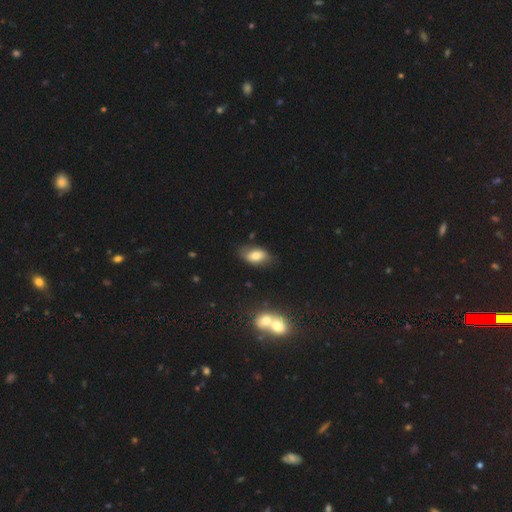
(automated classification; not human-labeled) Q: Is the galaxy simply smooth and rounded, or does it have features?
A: smooth — 73%.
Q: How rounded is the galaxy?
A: in between — 91%.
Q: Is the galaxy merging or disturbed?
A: none — 71%.